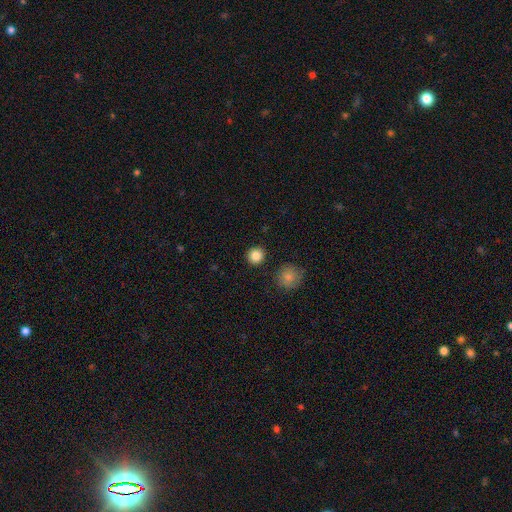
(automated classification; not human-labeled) A smooth galaxy with no disk features (85%) that is round (94%). Merging: none (91%).